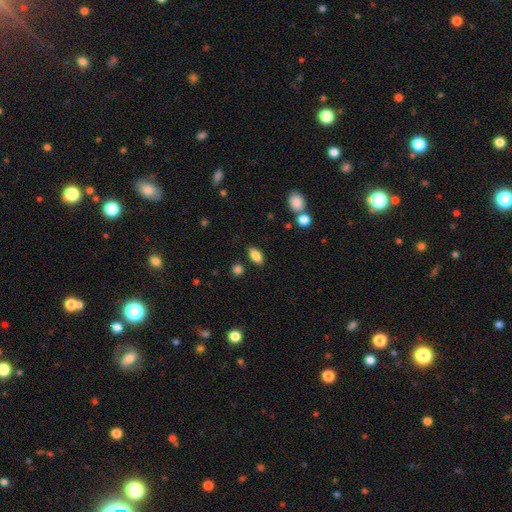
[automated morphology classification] A smooth galaxy with no disk features (82%) that is in between round and cigar-shaped (87%).

Vote fractions:
- Smooth or featured? smooth: 82% / featured or disk: 9% / star or artifact: 9%
- How rounded? in between: 87% / round: 6% / cigar-shaped: 6%
- Merging? none: 85% / minor disturbance: 10% / major disturbance: 3% / merger: 3%